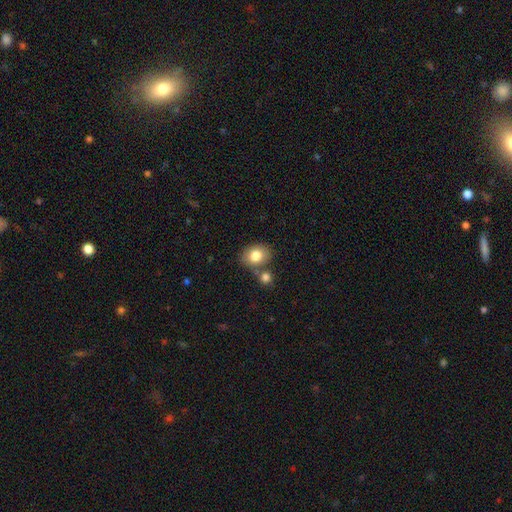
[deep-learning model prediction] Smooth or featured?
  - smooth: 81% *
  - featured or disk: 11%
  - star or artifact: 8%
How rounded?
  - in between: 58% *
  - round: 42%
  - cigar-shaped: 1%
Merging?
  - none: 64% *
  - merger: 20%
  - minor disturbance: 13%
  - major disturbance: 4%